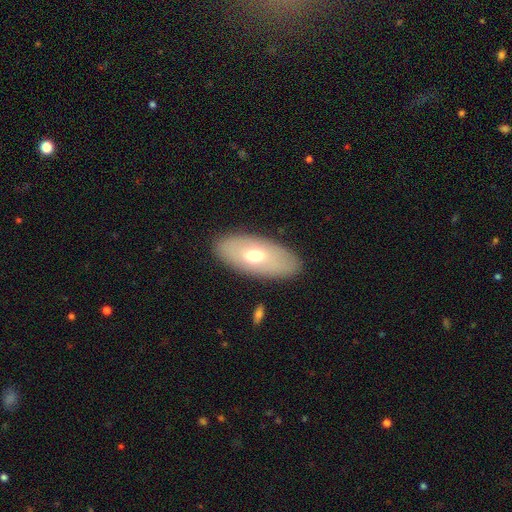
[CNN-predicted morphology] smooth 57%, featured or disk 36%, star or artifact 7%. Down the decision tree: how rounded — in between (88%); merging — none (87%).